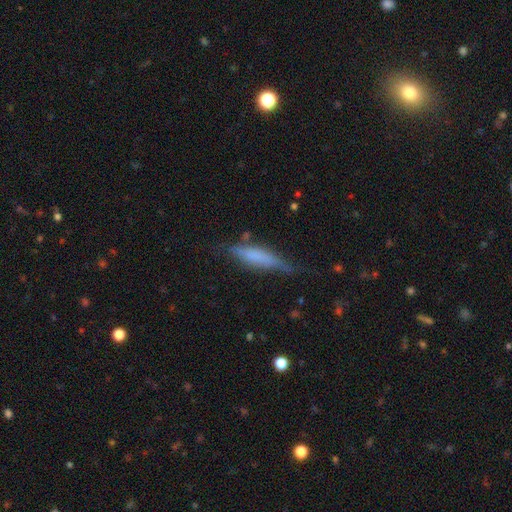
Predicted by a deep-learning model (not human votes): Q: Smooth or featured?
A: smooth (54%); runner-up: featured or disk (38%)
Q: How rounded?
A: cigar-shaped (74%); runner-up: in between (25%)
Q: Merging?
A: none (63%); runner-up: minor disturbance (26%)